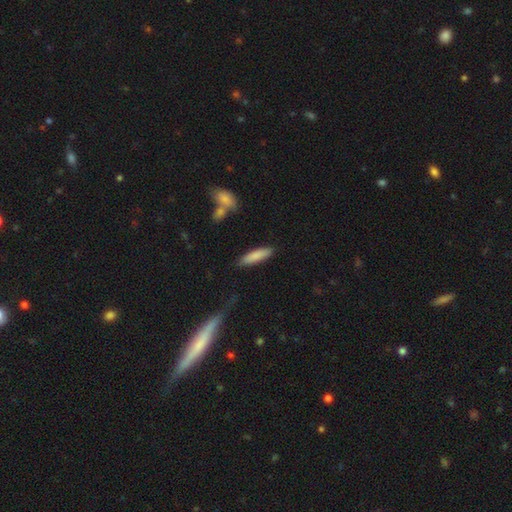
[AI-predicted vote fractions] Smooth or featured: smooth — 85% (featured or disk — 10%)
How rounded: cigar-shaped — 71% (in between — 27%)
Merging: none — 85% (minor disturbance — 10%)